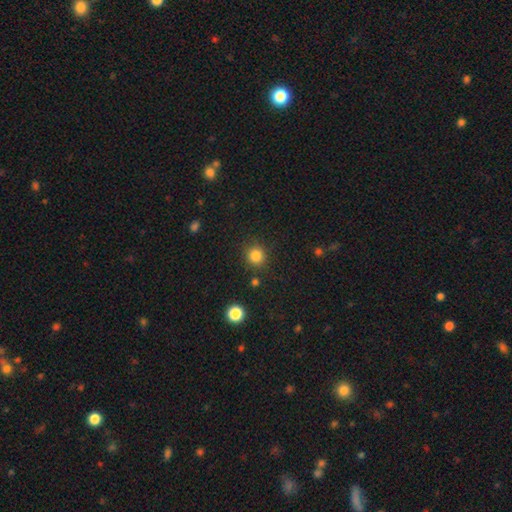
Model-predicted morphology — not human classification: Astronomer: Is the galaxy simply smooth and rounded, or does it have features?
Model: smooth — 84%.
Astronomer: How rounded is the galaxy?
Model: round — 91%.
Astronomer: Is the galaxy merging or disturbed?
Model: none — 87%.